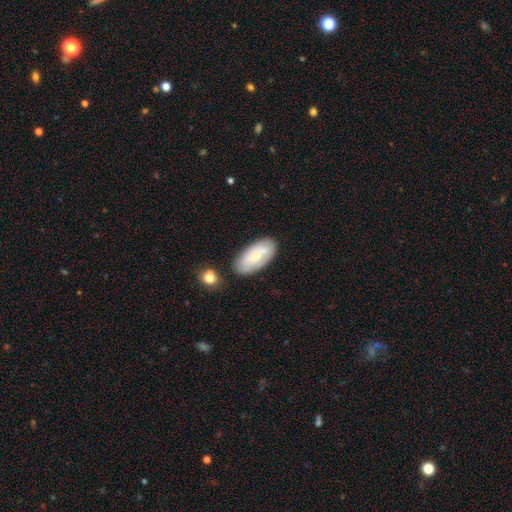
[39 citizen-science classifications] This is likely a smooth galaxy (67%). How rounded: clearly in between (88%). Merging: clearly none (82%).